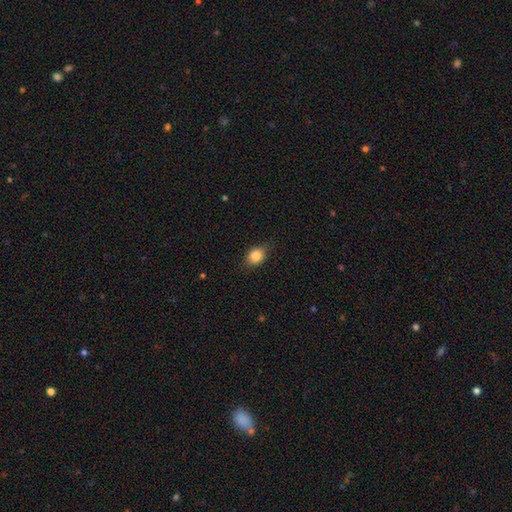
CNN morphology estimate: Smooth or featured? Predicted: smooth (p=0.84). How rounded? Predicted: in between (p=0.55). Merging? Predicted: none (p=0.79).